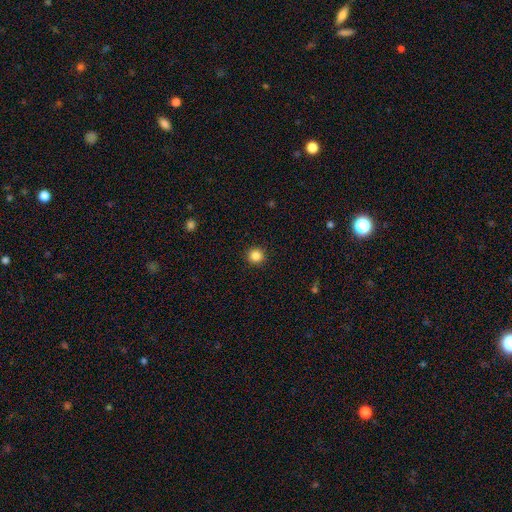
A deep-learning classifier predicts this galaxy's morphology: smooth-or-featured: smooth: 85% | star or artifact: 11% | featured or disk: 4%
  how-rounded: round: 94% | in between: 5% | cigar-shaped: 1%
  merging: none: 93% | minor disturbance: 5% | major disturbance: 2% | merger: 1%